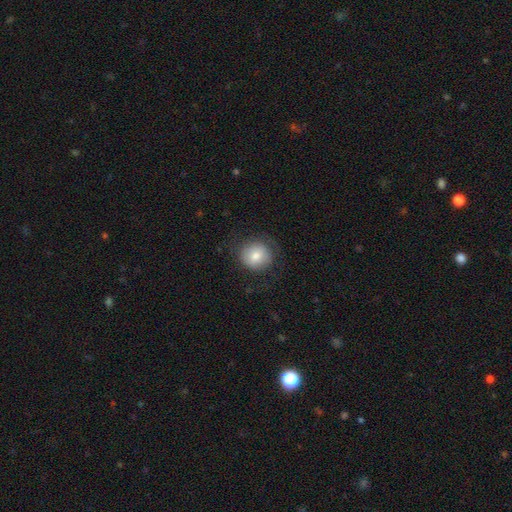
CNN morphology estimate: smooth_or_featured: smooth (p=0.75) [alt: featured or disk p=0.18]
how_rounded: round (p=0.87) [alt: in between p=0.12]
merging: none (p=0.74) [alt: minor disturbance p=0.15]